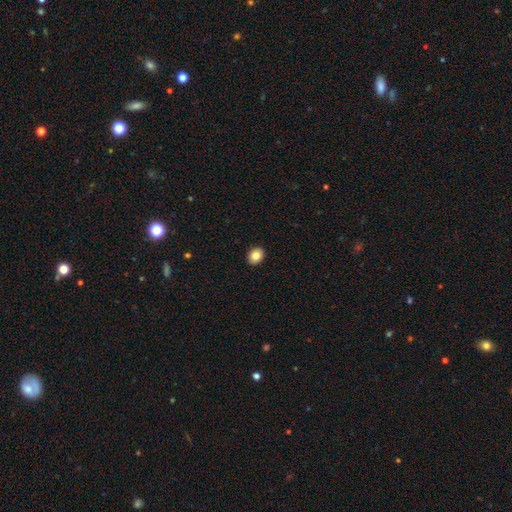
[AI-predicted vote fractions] A smooth galaxy with no disk features (83%) that is round (54%). Merging: none (92%).